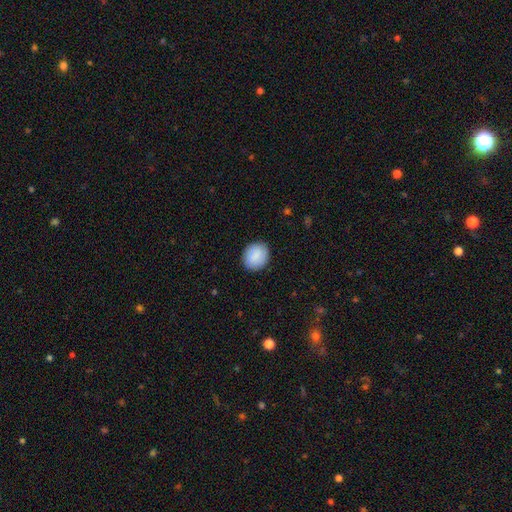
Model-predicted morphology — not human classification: Smooth or featured: smooth — 87% (featured or disk — 7%)
How rounded: round — 67% (in between — 32%)
Merging: none — 88% (minor disturbance — 9%)